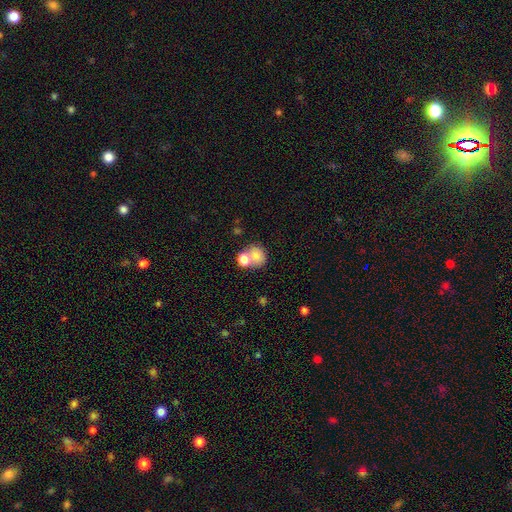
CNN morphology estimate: Overall: smooth (76%). How rounded: round (67%; in between 32%). Merging: merger (43%; none 42%).